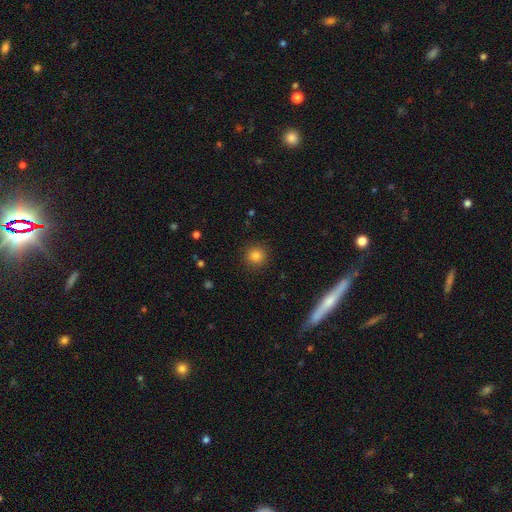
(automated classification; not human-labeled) Smooth or featured: smooth — 83% (star or artifact — 12%)
How rounded: round — 93% (in between — 6%)
Merging: none — 91% (minor disturbance — 6%)